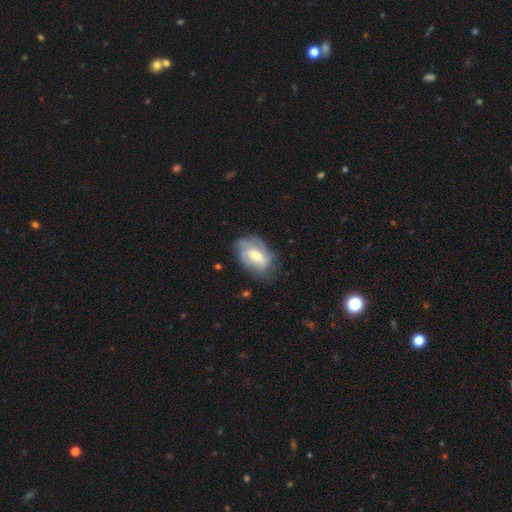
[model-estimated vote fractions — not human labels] A featured or disk galaxy (55%) with no bar (47%), spiral arms (73%) and a moderate central bulge (54%). Merging: none (61%).